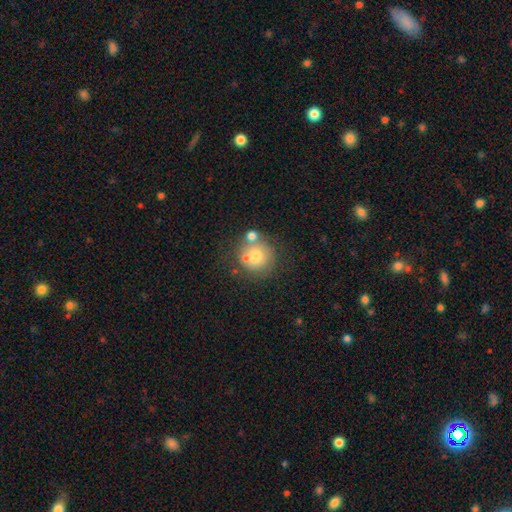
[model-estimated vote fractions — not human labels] A smooth galaxy with no disk features (65%) that is round (91%). Merging: none (57%).